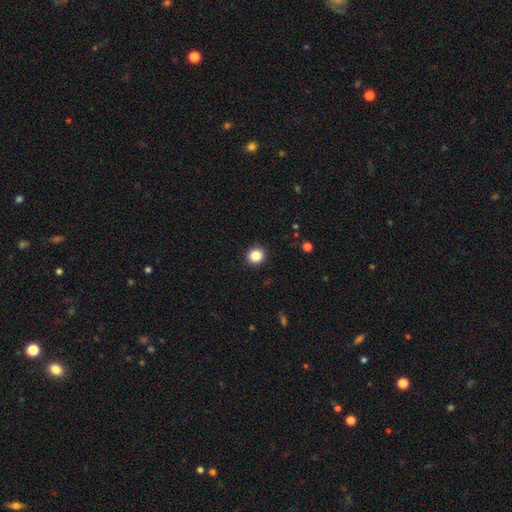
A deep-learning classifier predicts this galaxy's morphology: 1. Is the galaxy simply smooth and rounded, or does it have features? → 85% smooth, 11% star or artifact, 4% featured or disk.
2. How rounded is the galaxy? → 93% round, 6% in between, 1% cigar-shaped.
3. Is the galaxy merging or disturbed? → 93% none, 5% minor disturbance, 2% major disturbance, 1% merger.